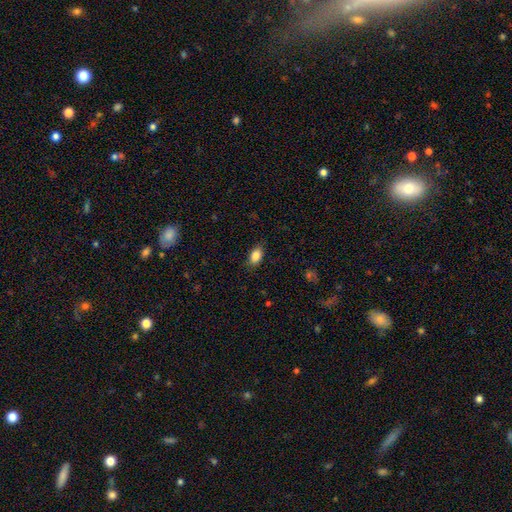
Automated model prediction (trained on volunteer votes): Overall: smooth (86%). How rounded: in between (87%). Merging: none (84%).